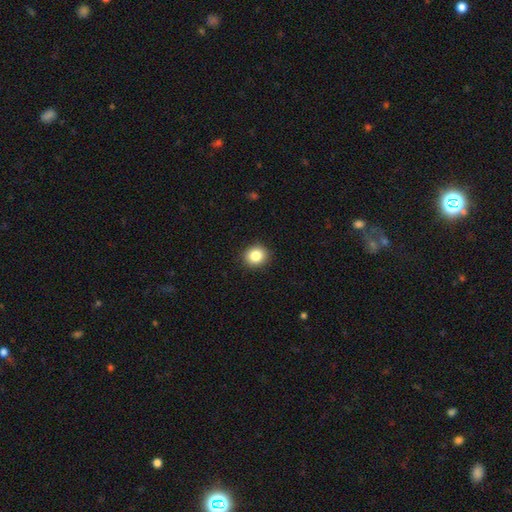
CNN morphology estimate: Q: Smooth or featured?
A: smooth (85%); runner-up: star or artifact (10%)
Q: How rounded?
A: round (80%); runner-up: in between (19%)
Q: Merging?
A: none (91%); runner-up: minor disturbance (6%)